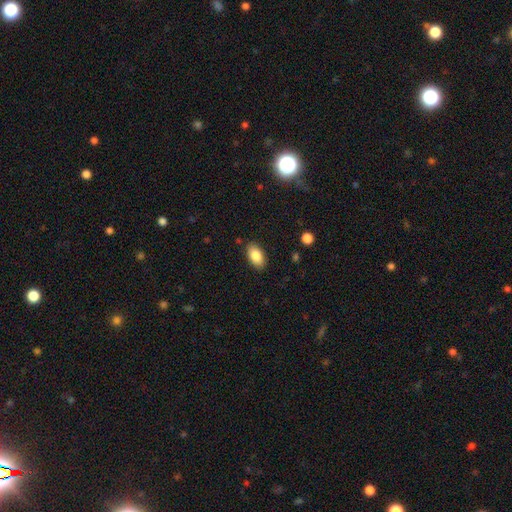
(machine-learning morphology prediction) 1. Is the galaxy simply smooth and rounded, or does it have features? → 85% smooth, 8% featured or disk, 7% star or artifact.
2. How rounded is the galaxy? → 93% in between, 5% round, 2% cigar-shaped.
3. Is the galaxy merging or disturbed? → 86% none, 10% minor disturbance, 2% major disturbance, 1% merger.